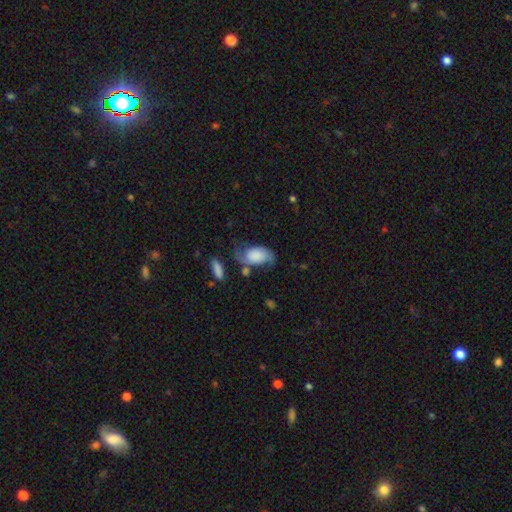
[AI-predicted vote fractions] Overall: featured or disk (52%; smooth 40%). Edge-on disk: no (96%). Merging: none (46%; minor disturbance 27%).